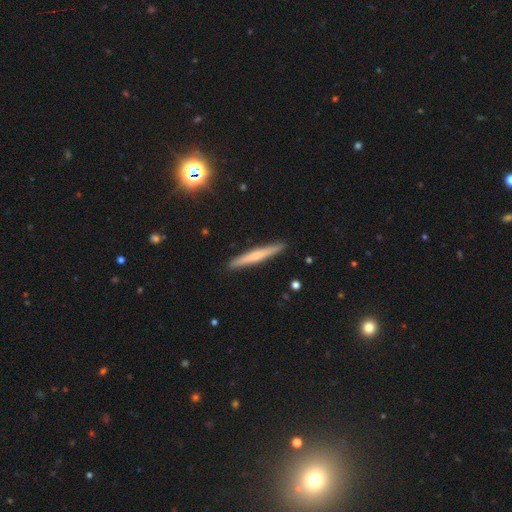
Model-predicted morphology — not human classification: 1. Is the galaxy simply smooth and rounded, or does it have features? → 52% smooth, 41% featured or disk, 7% star or artifact.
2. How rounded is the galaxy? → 96% cigar-shaped, 3% in between, 1% round.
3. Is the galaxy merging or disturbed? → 92% none, 6% minor disturbance, 1% major disturbance, 1% merger.